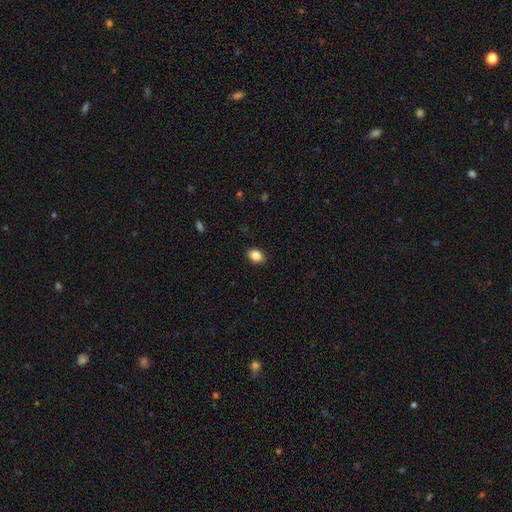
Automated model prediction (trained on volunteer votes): Overall: smooth (86%). How rounded: in between (70%). Merging: none (88%).